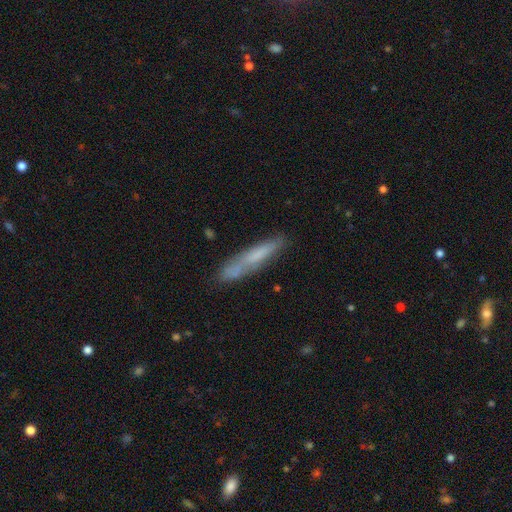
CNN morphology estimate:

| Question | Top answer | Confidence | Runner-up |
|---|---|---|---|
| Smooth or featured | smooth | 58% | featured or disk (34%) |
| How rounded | cigar-shaped | 90% | in between (9%) |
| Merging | none | 69% | minor disturbance (20%) |